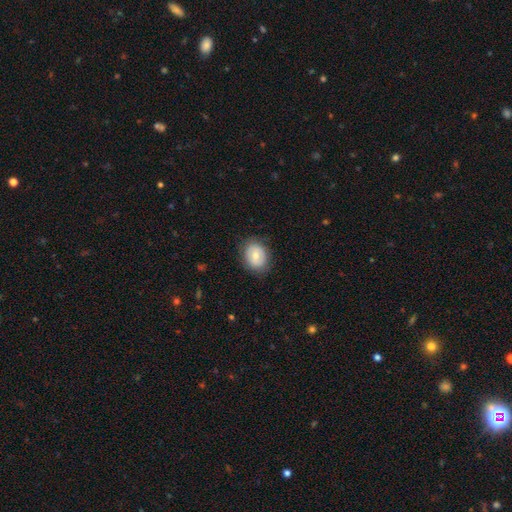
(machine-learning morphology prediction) This is likely a smooth galaxy (67%). How rounded: possibly round (51%). Merging: clearly none (82%).